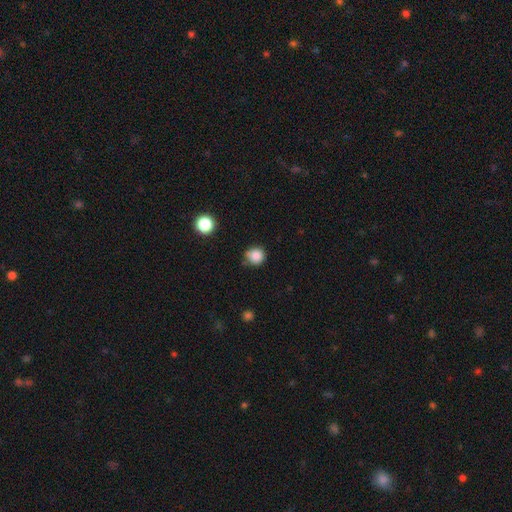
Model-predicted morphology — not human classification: Smooth or featured? Predicted: smooth (p=0.85). How rounded? Predicted: round (p=0.91). Merging? Predicted: none (p=0.74).